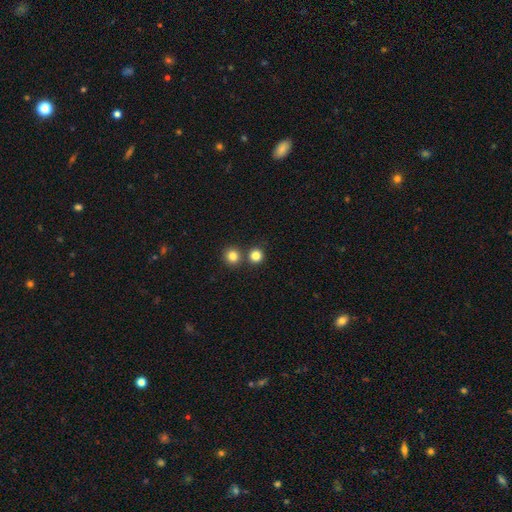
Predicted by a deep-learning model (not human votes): Smooth or featured? Predicted: smooth (p=0.82). How rounded? Predicted: round (p=0.92). Merging? Predicted: none (p=0.75).